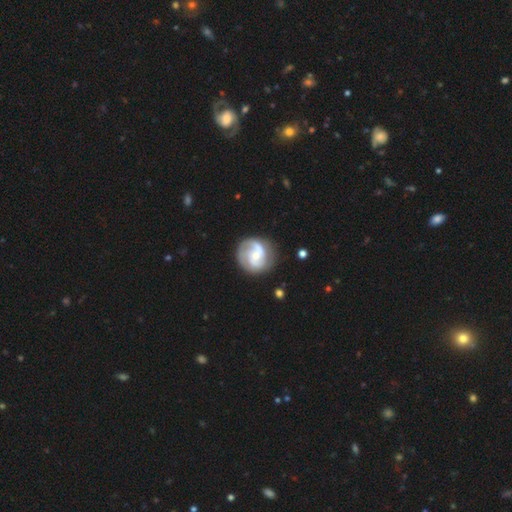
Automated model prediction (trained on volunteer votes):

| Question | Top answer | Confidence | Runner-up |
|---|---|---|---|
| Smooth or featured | featured or disk | 81% | smooth (14%) |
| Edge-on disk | no | 98% | yes (2%) |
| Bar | no | 51% | weak (38%) |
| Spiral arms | yes | 94% | no (6%) |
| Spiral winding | medium | 46% | tight (33%) |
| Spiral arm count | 2 | 74% | can't tell (9%) |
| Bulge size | small | 59% | moderate (36%) |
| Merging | none | 76% | minor disturbance (14%) |